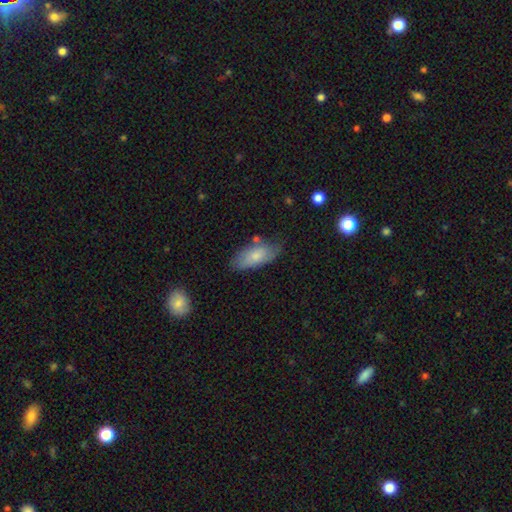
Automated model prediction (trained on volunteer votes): Smooth or featured?
  - smooth: 74% *
  - featured or disk: 20%
  - star or artifact: 6%
How rounded?
  - in between: 89% *
  - cigar-shaped: 9%
  - round: 2%
Merging?
  - none: 65% *
  - minor disturbance: 25%
  - major disturbance: 5%
  - merger: 4%